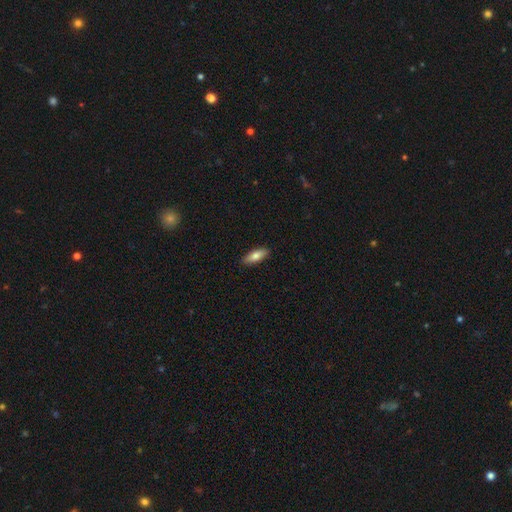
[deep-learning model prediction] The model was most divided on "how rounded": in between: 66%, cigar-shaped: 32%, round: 2%. More confident: merging — none (90%); smooth or featured — smooth (77%).